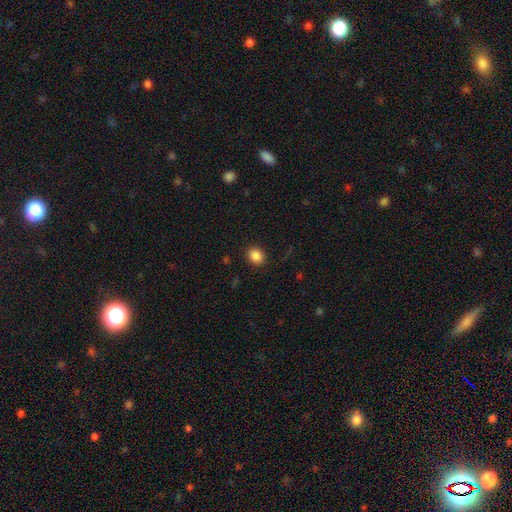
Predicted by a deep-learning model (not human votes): Smooth or featured: smooth — 87% (star or artifact — 10%)
How rounded: round — 67% (in between — 32%)
Merging: none — 89% (minor disturbance — 7%)